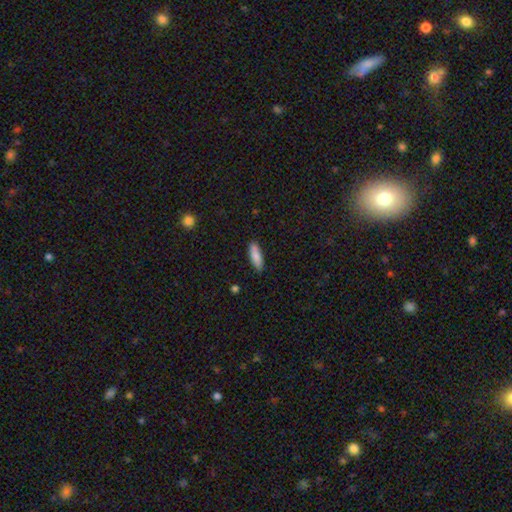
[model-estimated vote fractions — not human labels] Overall: smooth (84%). How rounded: cigar-shaped (53%; in between 45%). Merging: none (88%).